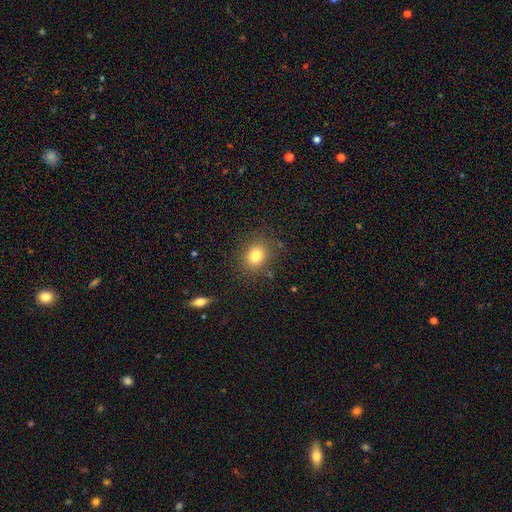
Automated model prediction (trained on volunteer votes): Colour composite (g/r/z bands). It shows a smooth galaxy with no disk features (81%) that is round (58%). Merging: none (84%).